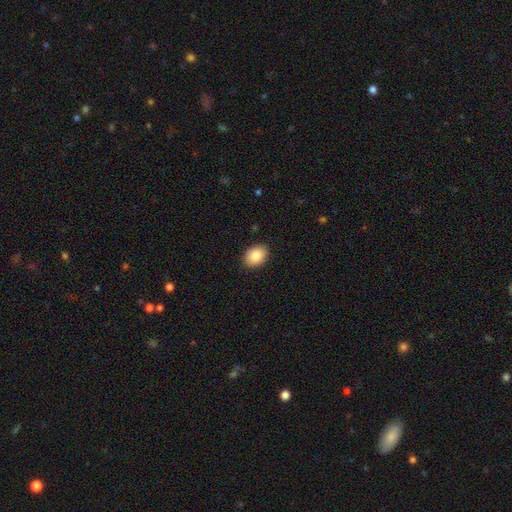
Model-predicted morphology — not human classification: The model was most divided on "how rounded": in between: 67%, round: 32%, cigar-shaped: 1%. More confident: merging — none (89%); smooth or featured — smooth (85%).